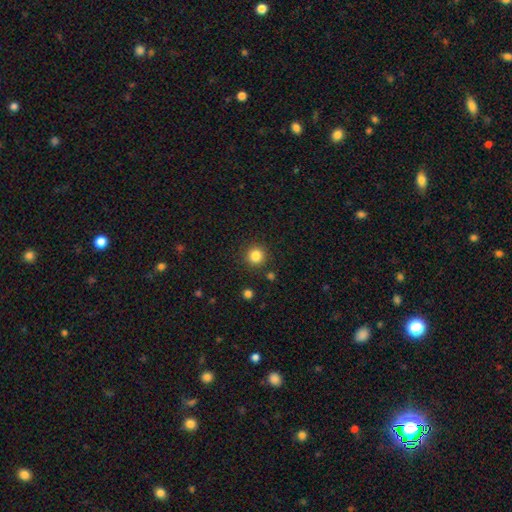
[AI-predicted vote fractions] Q: Smooth or featured?
A: smooth (84%); runner-up: star or artifact (12%)
Q: How rounded?
A: round (95%); runner-up: in between (4%)
Q: Merging?
A: none (90%); runner-up: minor disturbance (6%)